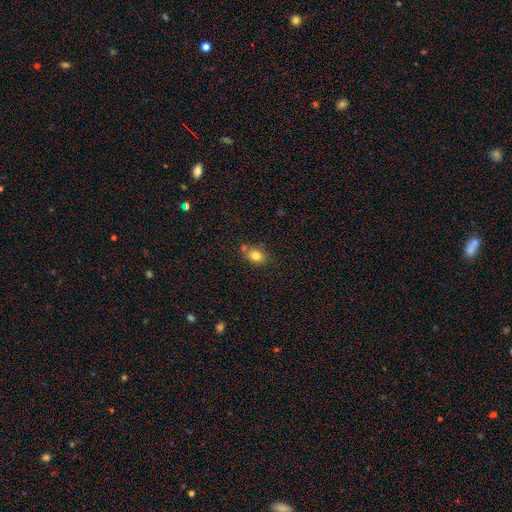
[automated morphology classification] This is clearly a smooth galaxy (81%). How rounded: likely in between (65%). Merging: likely none (69%).